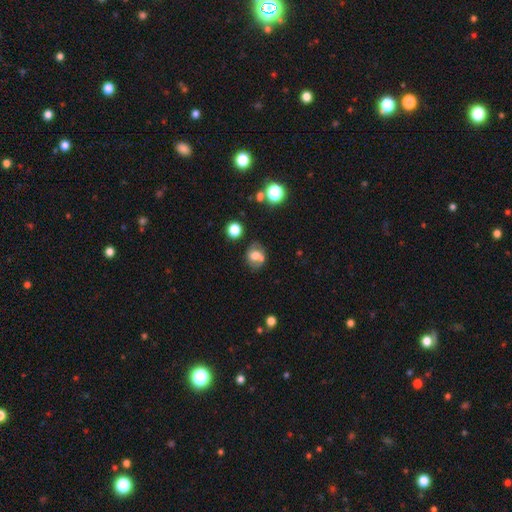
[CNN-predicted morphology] smooth-or-featured: smooth: 49% | featured or disk: 38% | star or artifact: 13%
  merging: none: 50% | merger: 24% | minor disturbance: 18% | major disturbance: 8%